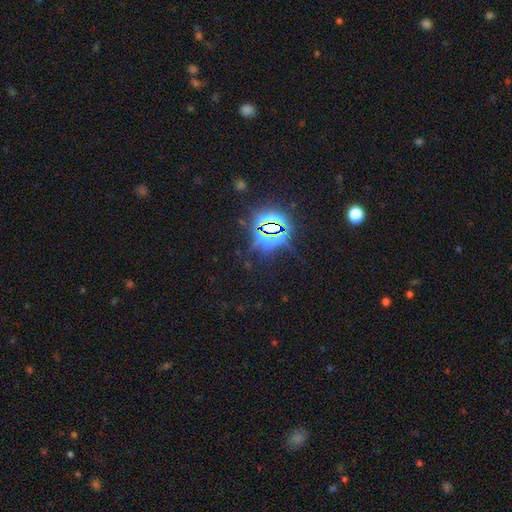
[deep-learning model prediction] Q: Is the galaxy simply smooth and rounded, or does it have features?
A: star or artifact — 77%.